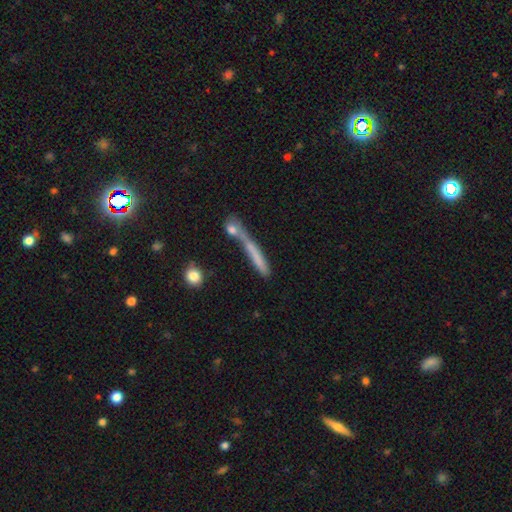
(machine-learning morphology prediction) Smooth or featured: smooth — 62% (featured or disk — 28%)
How rounded: cigar-shaped — 89% (in between — 7%)
Merging: none — 43% (merger — 35%)